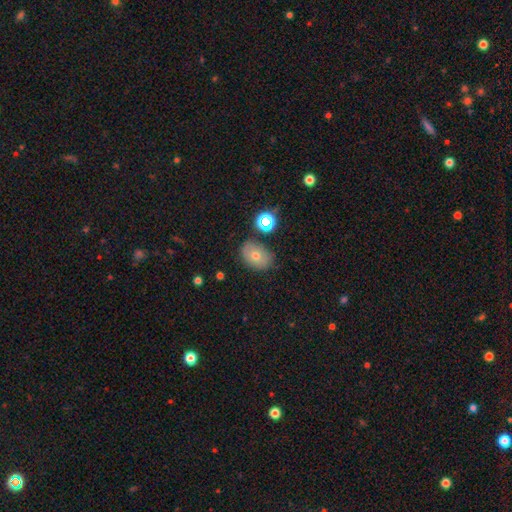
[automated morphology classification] smooth_or_featured: smooth (p=0.66) [alt: featured or disk p=0.21]
how_rounded: in between (p=0.68) [alt: round p=0.31]
merging: none (p=0.74) [alt: minor disturbance p=0.17]